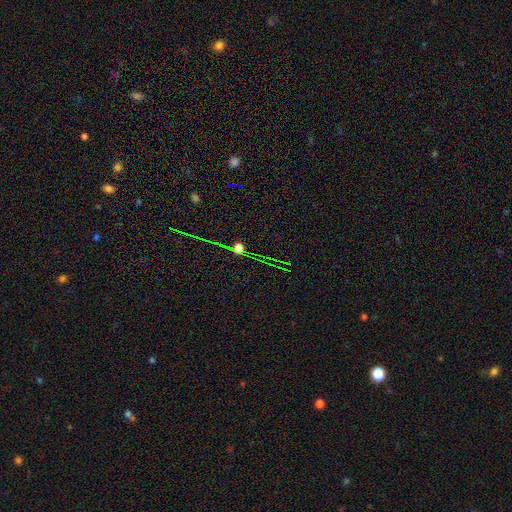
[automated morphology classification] Smooth or featured? star or artifact (75%)